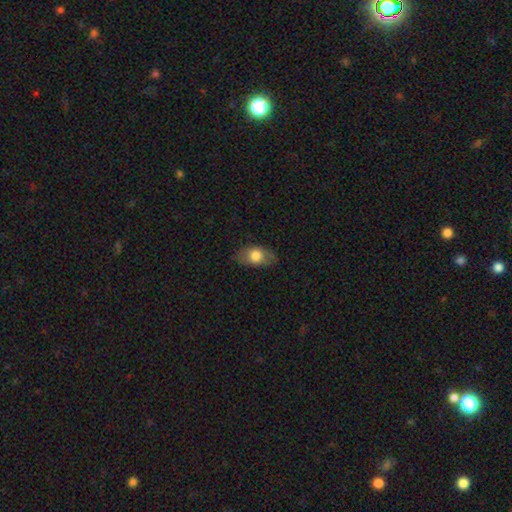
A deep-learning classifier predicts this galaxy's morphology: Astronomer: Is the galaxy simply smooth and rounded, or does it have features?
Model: smooth — 73%.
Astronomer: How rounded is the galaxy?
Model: in between — 87%.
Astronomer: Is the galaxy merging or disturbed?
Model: none — 81%.